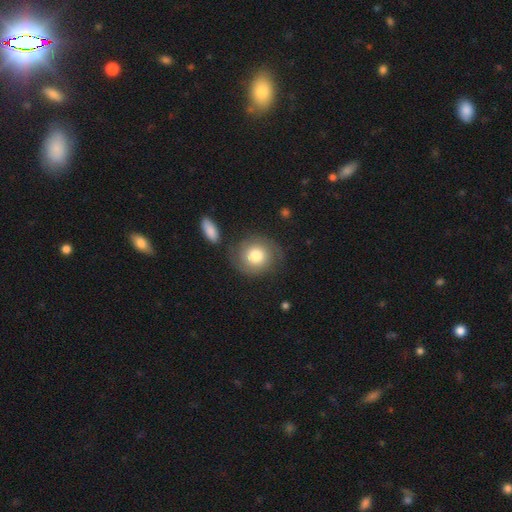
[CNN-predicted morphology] Smooth or featured? Predicted: smooth (p=0.58). How rounded? Predicted: round (p=0.86). Merging? Predicted: none (p=0.75).